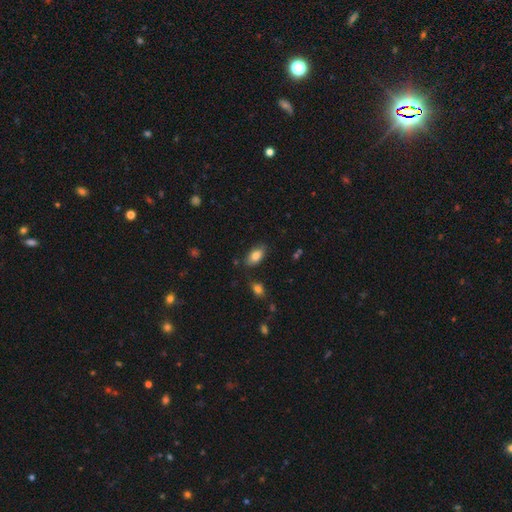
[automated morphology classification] Q: Smooth or featured?
A: smooth (84%); runner-up: featured or disk (9%)
Q: How rounded?
A: in between (92%); runner-up: round (5%)
Q: Merging?
A: none (81%); runner-up: minor disturbance (13%)